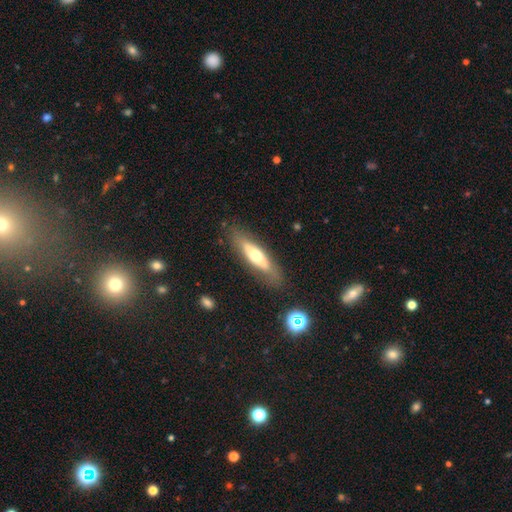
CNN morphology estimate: A smooth galaxy with no disk features (48%).

Vote fractions:
- Smooth or featured? smooth: 48% / featured or disk: 46% / star or artifact: 6%
- Merging? none: 80% / minor disturbance: 14% / major disturbance: 4% / merger: 2%